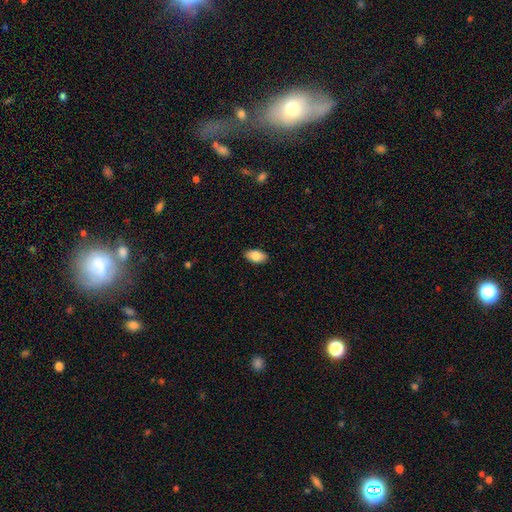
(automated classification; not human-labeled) This is clearly a smooth galaxy (86%). How rounded: clearly in between (94%). Merging: clearly none (89%).